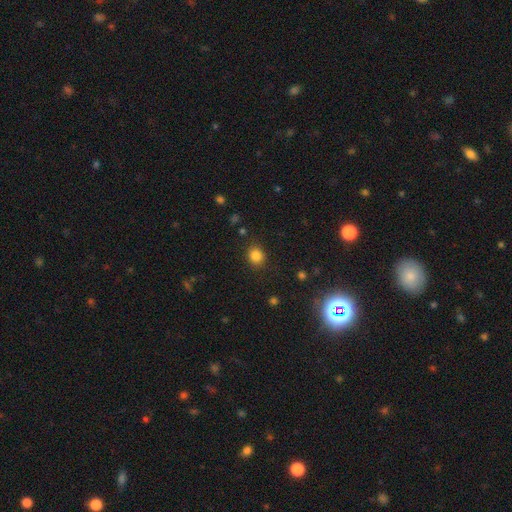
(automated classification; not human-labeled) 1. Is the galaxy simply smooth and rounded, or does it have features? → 83% smooth, 12% star or artifact, 5% featured or disk.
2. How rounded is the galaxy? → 73% round, 27% in between, 1% cigar-shaped.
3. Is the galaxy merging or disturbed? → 86% none, 9% minor disturbance, 3% major disturbance, 1% merger.